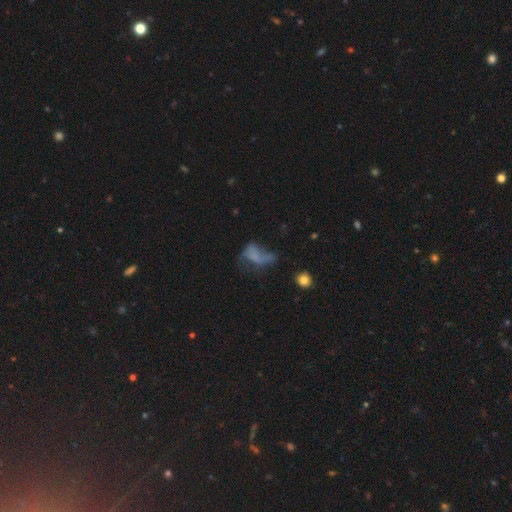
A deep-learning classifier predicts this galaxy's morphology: Smooth or featured?
  - smooth: 47% *
  - featured or disk: 34%
  - star or artifact: 18%
Merging?
  - major disturbance: 44% *
  - none: 25%
  - minor disturbance: 20%
  - merger: 11%